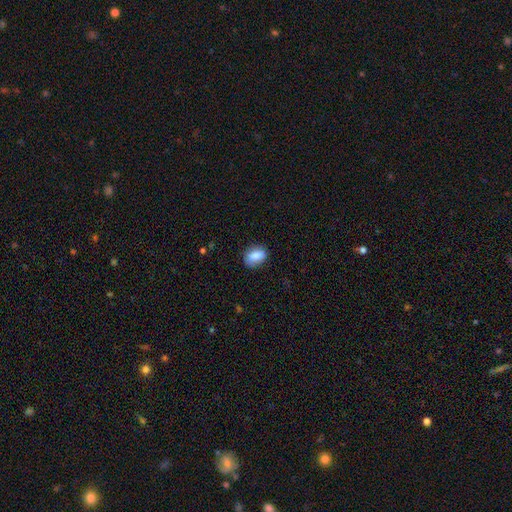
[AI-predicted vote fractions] The model was most divided on "how rounded": in between: 79%, round: 19%, cigar-shaped: 2%. More confident: smooth or featured — smooth (84%); merging — none (79%).